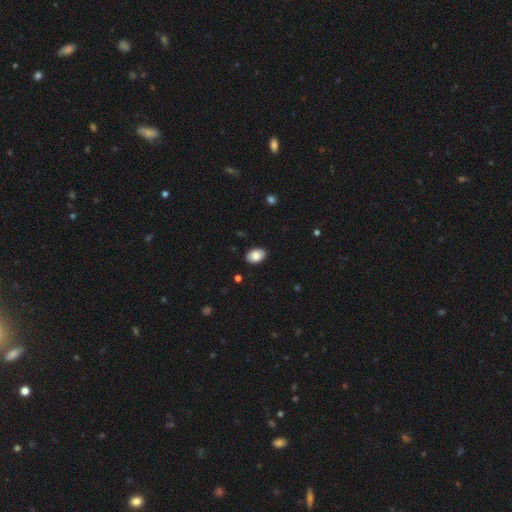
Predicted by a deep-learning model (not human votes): Smooth or featured: smooth — 86% (featured or disk — 7%)
How rounded: in between — 86% (round — 13%)
Merging: none — 89% (minor disturbance — 9%)